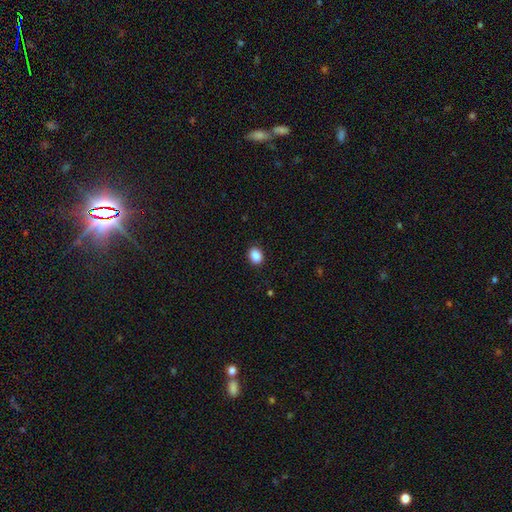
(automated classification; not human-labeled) Morphology: type=smooth (88%); roundness=in between (57%); merging=none (89%).